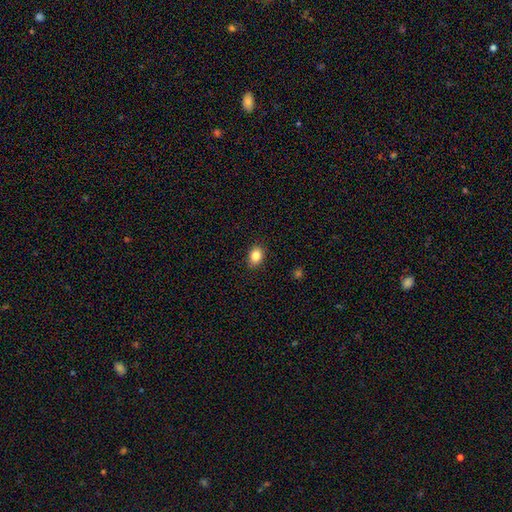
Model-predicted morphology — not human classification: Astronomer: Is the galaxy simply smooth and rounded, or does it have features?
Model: smooth — 85%.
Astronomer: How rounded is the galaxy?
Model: in between — 67%.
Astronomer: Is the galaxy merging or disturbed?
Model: none — 88%.